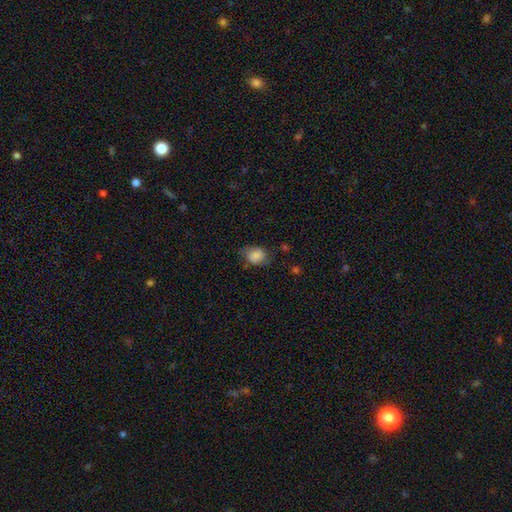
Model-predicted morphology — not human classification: This appears to be a smooth galaxy with no disk features (75%) that is in between round and cigar-shaped (54%). Merging: none (59%).